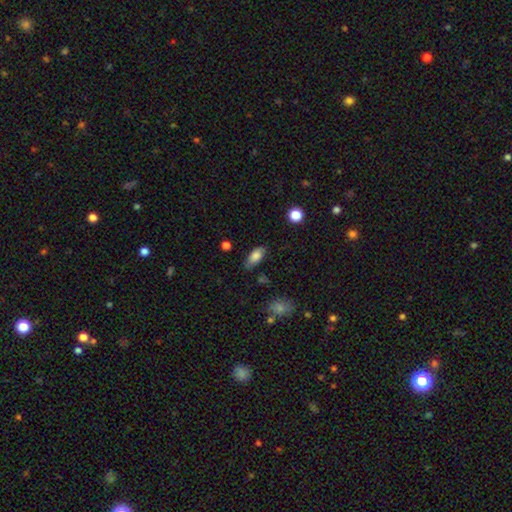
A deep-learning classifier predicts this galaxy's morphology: The model was most divided on "merging": none: 73%, minor disturbance: 21%, major disturbance: 4%, merger: 2%. More confident: how rounded — in between (87%); smooth or featured — smooth (81%).